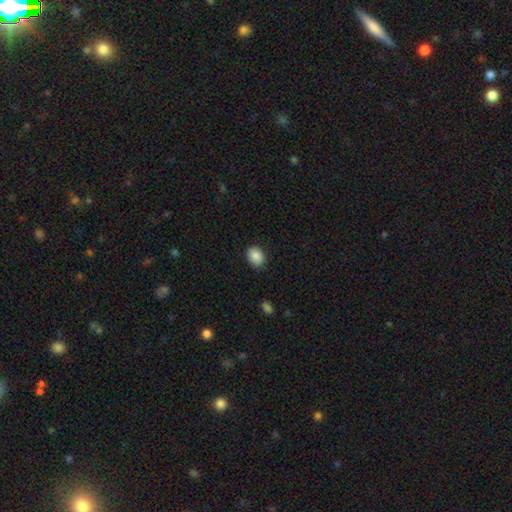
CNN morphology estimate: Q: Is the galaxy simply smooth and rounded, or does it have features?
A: smooth — 87%.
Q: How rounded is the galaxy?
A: in between — 59%.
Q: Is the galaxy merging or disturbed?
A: none — 87%.